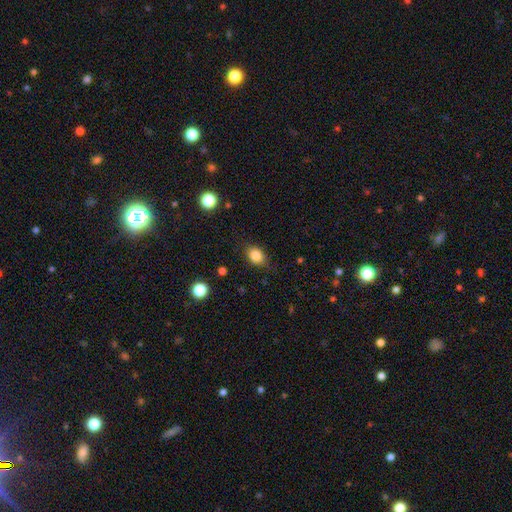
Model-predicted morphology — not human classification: smooth 84%, star or artifact 10%, featured or disk 6%. Down the decision tree: how rounded — in between (62%); merging — none (81%).